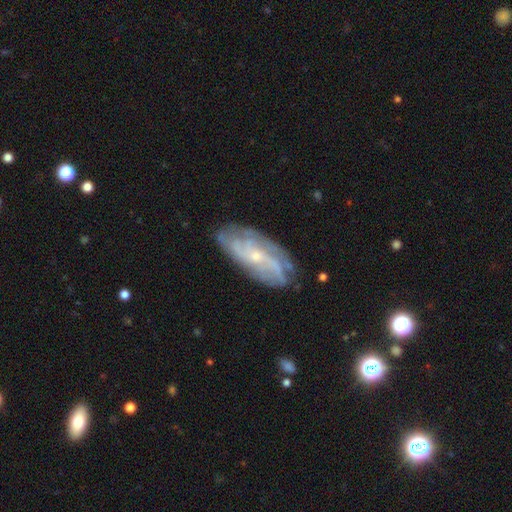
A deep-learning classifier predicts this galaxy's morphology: A featured or disk galaxy (76%) with no bar (67%), tight (46%) spiral arms (90%) and a small central bulge (71%).

Vote fractions:
- Smooth or featured? featured or disk: 76% / smooth: 17% / star or artifact: 7%
- Edge-on disk? no: 90% / yes: 10%
- Bar? no: 67% / weak: 27% / strong: 6%
- Spiral arms? yes: 90% / no: 10%
- Spiral winding? tight: 46% / medium: 37% / loose: 17%
- Spiral arm count? can't tell: 41% / 2: 22% / 3: 16% / 4: 11% / more than 4: 5% / 1: 5%
- Bulge size? small: 71% / moderate: 24% / none: 3% / large: 1% / dominant: 1%
- Merging? none: 74% / minor disturbance: 18% / major disturbance: 6% / merger: 2%